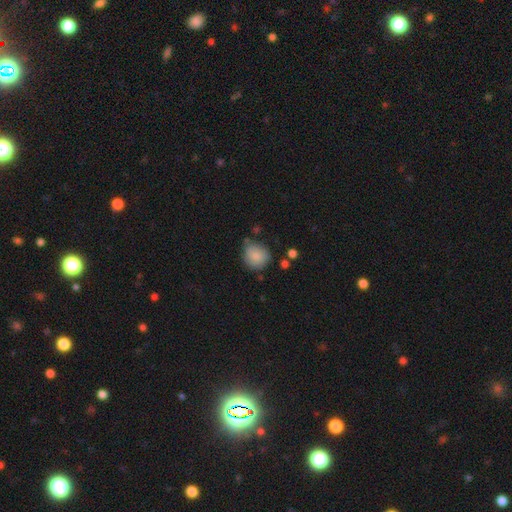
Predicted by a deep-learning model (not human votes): This appears to be a smooth galaxy with no disk features (84%) that is round (80%). Merging: none (67%).